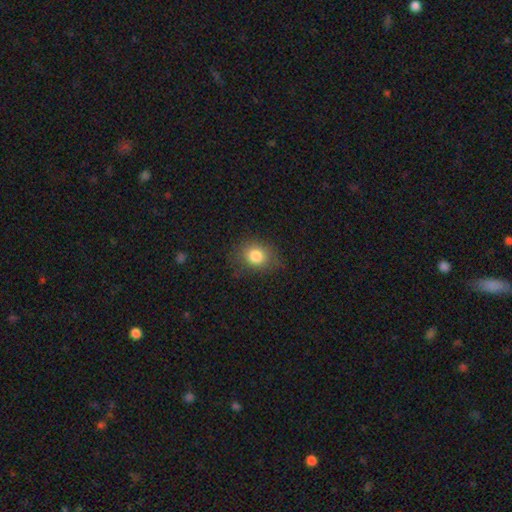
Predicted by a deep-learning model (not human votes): Smooth or featured: smooth — 82% (star or artifact — 10%)
How rounded: round — 58% (in between — 41%)
Merging: none — 75% (minor disturbance — 18%)